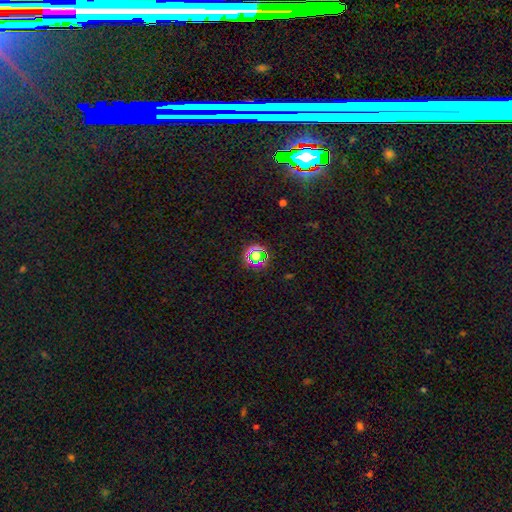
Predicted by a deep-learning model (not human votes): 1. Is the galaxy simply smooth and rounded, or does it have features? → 58% star or artifact, 32% smooth, 10% featured or disk.